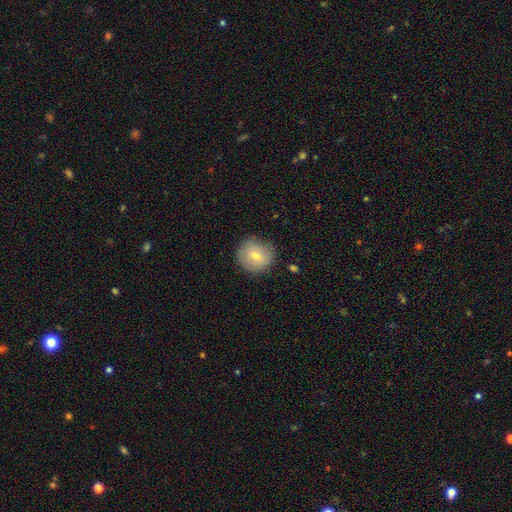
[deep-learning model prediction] Smooth or featured?
  - smooth: 66% *
  - featured or disk: 24%
  - star or artifact: 10%
How rounded?
  - round: 90% *
  - in between: 9%
  - cigar-shaped: 1%
Merging?
  - none: 82% *
  - minor disturbance: 13%
  - major disturbance: 3%
  - merger: 1%